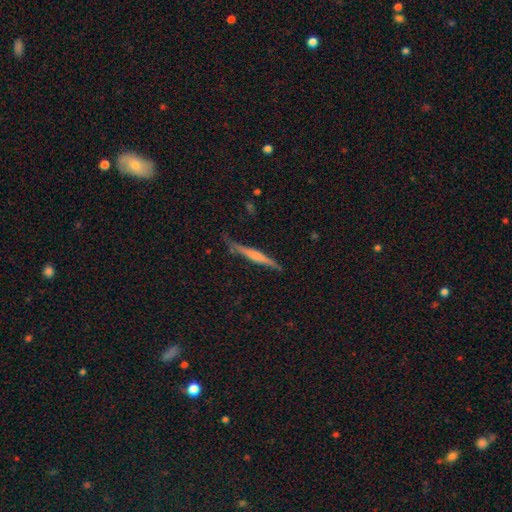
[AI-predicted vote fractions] smooth_or_featured: featured or disk (p=0.57) [alt: smooth p=0.37]
disk_edge_on: yes (p=0.96) [alt: no p=0.04]
edge_on_bulge: rounded (p=0.42) [alt: none p=0.34]
merging: none (p=0.78) [alt: minor disturbance p=0.17]